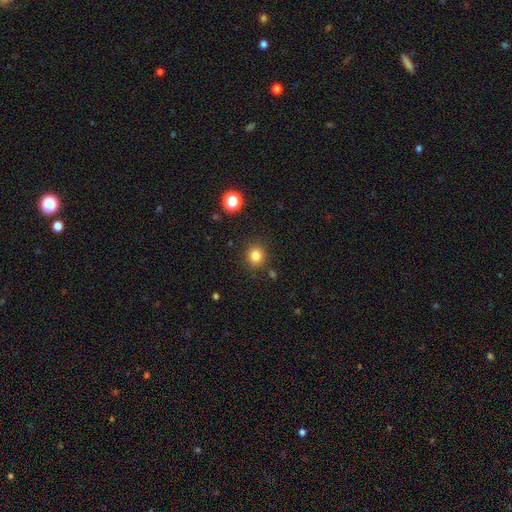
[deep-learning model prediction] smooth 82%, star or artifact 12%, featured or disk 5%. Down the decision tree: how rounded — round (87%); merging — none (87%).